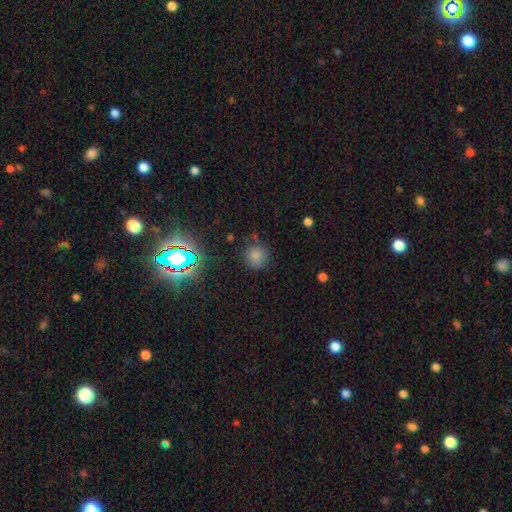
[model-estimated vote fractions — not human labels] smooth_or_featured: smooth (p=0.74) [alt: star or artifact p=0.19]
how_rounded: round (p=0.89) [alt: in between p=0.10]
merging: none (p=0.78) [alt: minor disturbance p=0.14]